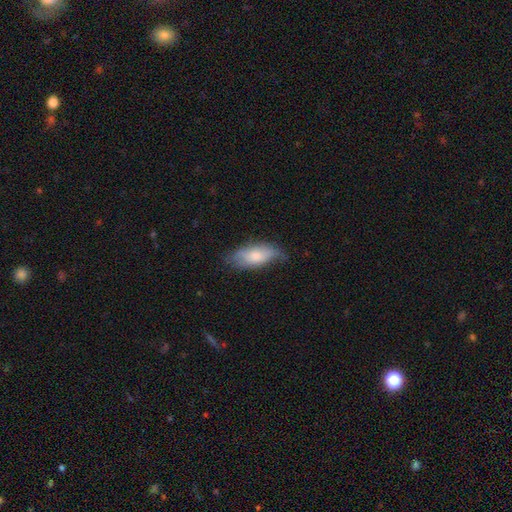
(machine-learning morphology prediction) A smooth galaxy with no disk features (68%) that is in between round and cigar-shaped (81%).

Vote fractions:
- Smooth or featured? smooth: 68% / featured or disk: 25% / star or artifact: 6%
- How rounded? in between: 81% / cigar-shaped: 17% / round: 3%
- Merging? none: 58% / minor disturbance: 32% / major disturbance: 8% / merger: 2%